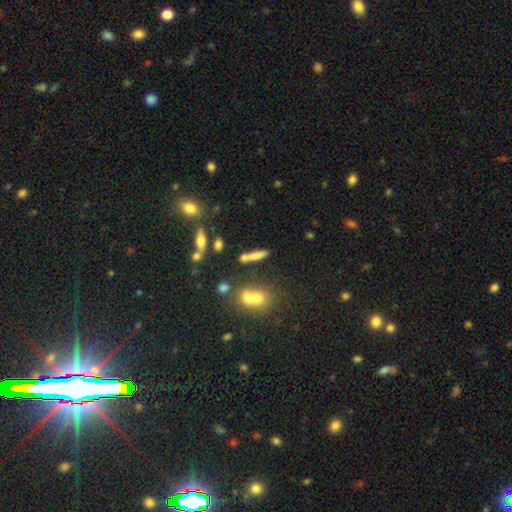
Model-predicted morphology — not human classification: A smooth galaxy with no disk features (68%) that is cigar-shaped (70%).

Vote fractions:
- Smooth or featured? smooth: 68% / featured or disk: 19% / star or artifact: 13%
- How rounded? cigar-shaped: 70% / in between: 24% / round: 6%
- Merging? none: 57% / merger: 23% / minor disturbance: 14% / major disturbance: 6%